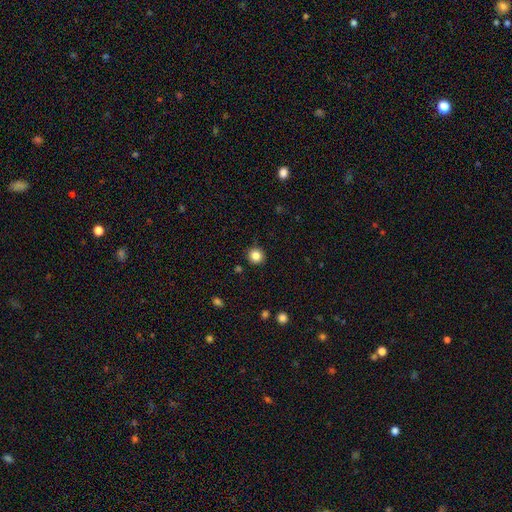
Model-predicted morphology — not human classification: smooth_or_featured: smooth (p=0.84) [alt: star or artifact p=0.11]
how_rounded: round (p=0.94) [alt: in between p=0.05]
merging: none (p=0.91) [alt: minor disturbance p=0.06]